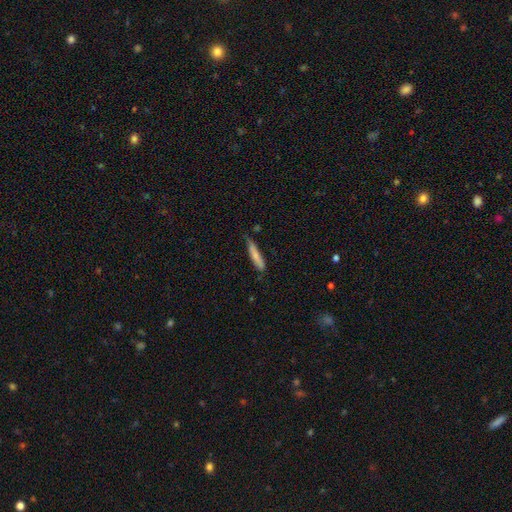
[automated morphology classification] smooth 76%, featured or disk 18%, star or artifact 6%. Down the decision tree: how rounded — cigar-shaped (86%); merging — none (65%).